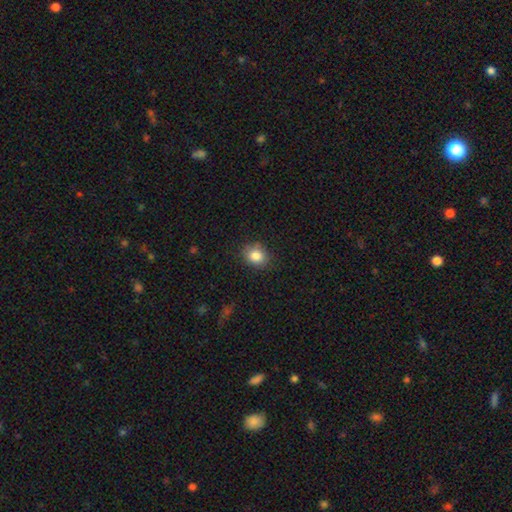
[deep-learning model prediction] The model was most divided on "how rounded": round: 57%, in between: 42%, cigar-shaped: 1%. More confident: smooth or featured — smooth (83%); merging — none (82%).